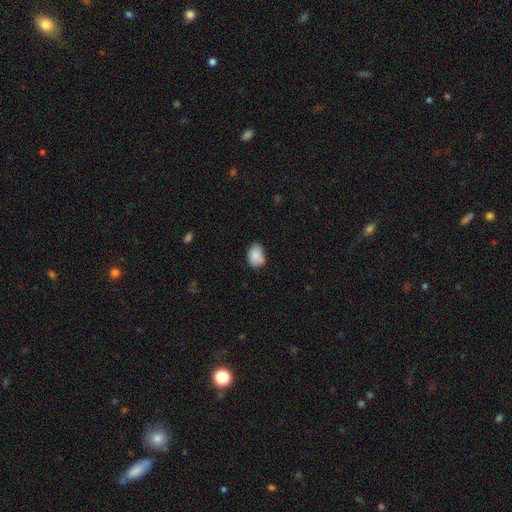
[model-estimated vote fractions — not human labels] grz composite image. It shows a smooth galaxy with no disk features (87%) that is in between round and cigar-shaped (74%). Merging: none (68%).